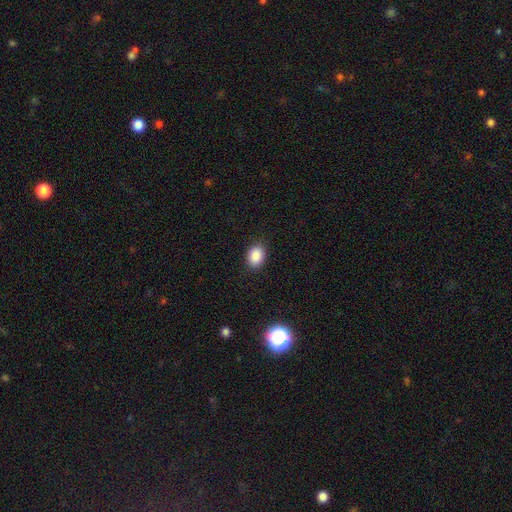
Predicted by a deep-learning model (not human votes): A smooth galaxy with no disk features (88%) that is in between round and cigar-shaped (75%).

Vote fractions:
- Smooth or featured? smooth: 88% / star or artifact: 9% / featured or disk: 4%
- How rounded? in between: 75% / round: 24% / cigar-shaped: 1%
- Merging? none: 88% / minor disturbance: 9% / major disturbance: 2% / merger: 1%